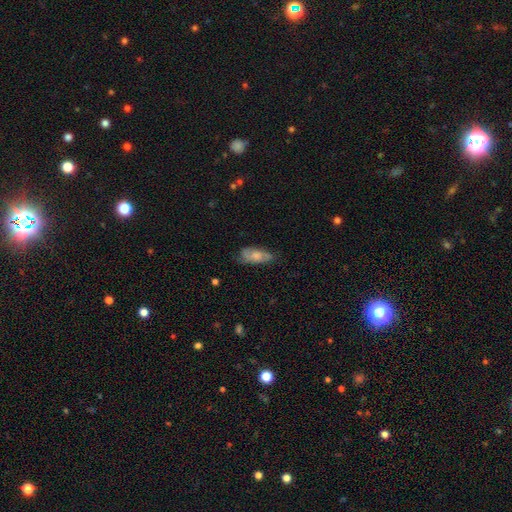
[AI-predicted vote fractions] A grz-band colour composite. It shows a smooth galaxy with no disk features (57%) that is in between round and cigar-shaped (82%). Merging: none (60%).